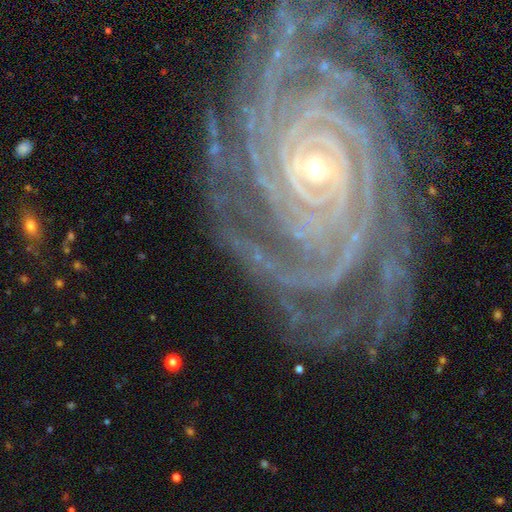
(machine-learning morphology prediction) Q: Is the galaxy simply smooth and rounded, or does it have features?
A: featured or disk — 92%.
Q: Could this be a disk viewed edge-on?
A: no — 97%.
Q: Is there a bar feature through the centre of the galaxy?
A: no — 57%.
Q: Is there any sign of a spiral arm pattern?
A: yes — 99%.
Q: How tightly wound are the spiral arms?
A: tight — 87%.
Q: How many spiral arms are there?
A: more than 4 — 29%.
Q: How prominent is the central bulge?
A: small — 75%.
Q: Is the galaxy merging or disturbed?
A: none — 78%.